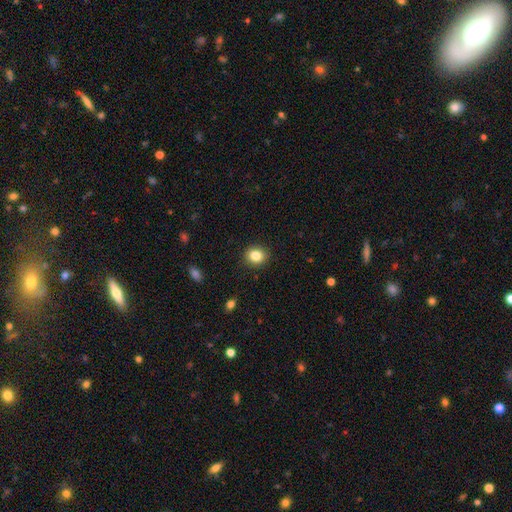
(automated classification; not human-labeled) smooth 84%, star or artifact 10%, featured or disk 6%. Down the decision tree: how rounded — round (77%); merging — none (91%).